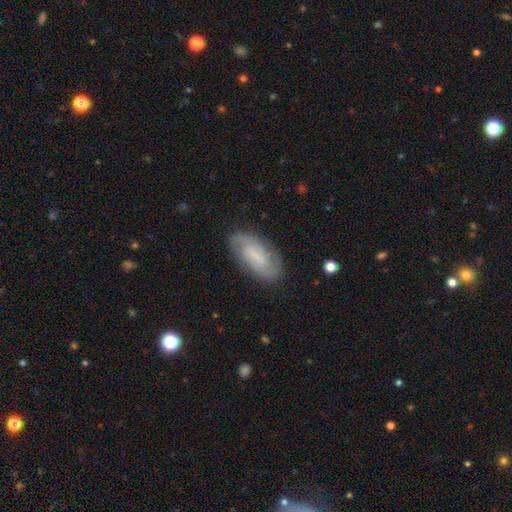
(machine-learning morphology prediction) Smooth or featured? Predicted: featured or disk (p=0.54). Edge-on disk? Predicted: no (p=0.93). Bar? Predicted: weak (p=0.47). Spiral arms? Predicted: yes (p=0.84). Bulge size? Predicted: none (p=0.41). Merging? Predicted: none (p=0.79).